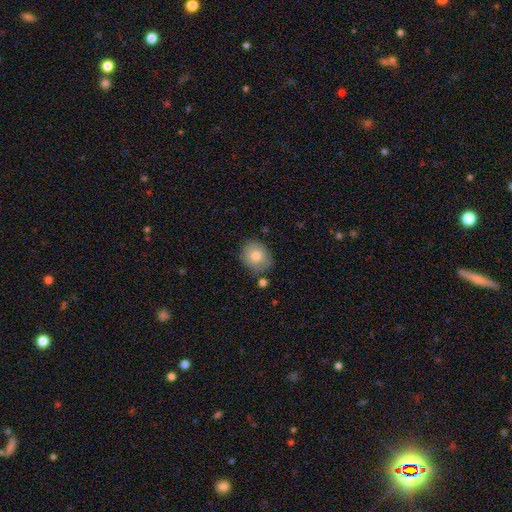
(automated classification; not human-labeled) smooth_or_featured: smooth (p=0.77) [alt: featured or disk p=0.16]
how_rounded: round (p=0.69) [alt: in between p=0.30]
merging: none (p=0.72) [alt: minor disturbance p=0.19]